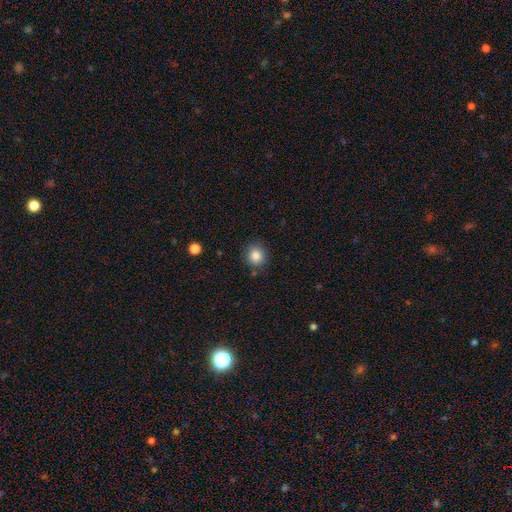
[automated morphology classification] A smooth galaxy with no disk features (84%) that is round (86%).

Vote fractions:
- Smooth or featured? smooth: 84% / star or artifact: 10% / featured or disk: 5%
- How rounded? round: 86% / in between: 14% / cigar-shaped: 1%
- Merging? none: 85% / minor disturbance: 10% / merger: 3% / major disturbance: 2%